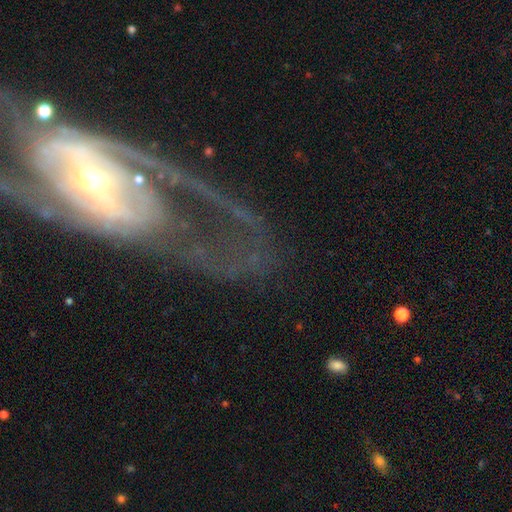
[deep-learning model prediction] This appears to be a featured or disk galaxy (74%) with no bar (44%), spiral arms (65%) and a moderate central bulge (55%). Merging: none (49%).